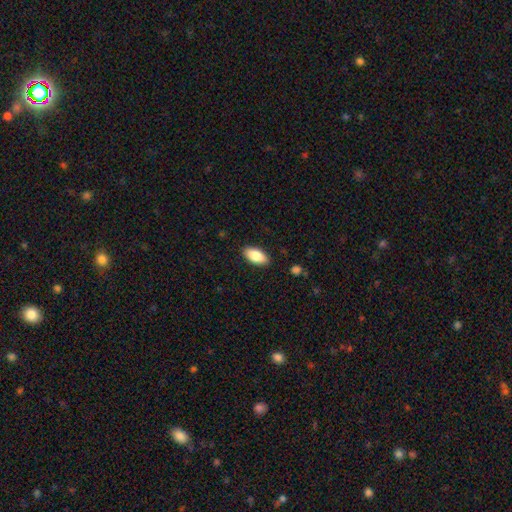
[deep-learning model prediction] The model was most divided on "smooth or featured": smooth: 83%, featured or disk: 11%, star or artifact: 6%. More confident: how rounded — in between (91%); merging — none (88%).